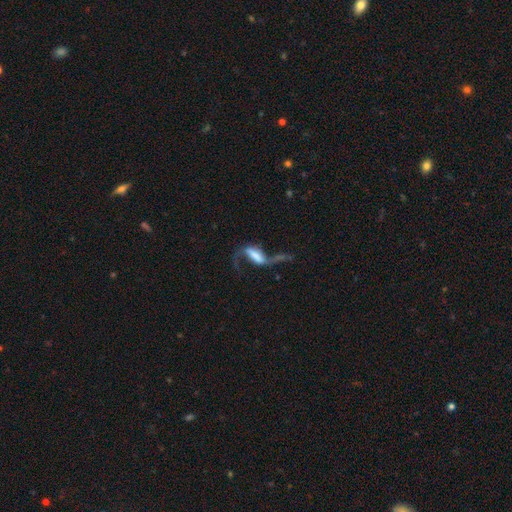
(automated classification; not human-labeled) Smooth or featured: featured or disk — 75% (smooth — 17%)
Edge-on disk: no — 90% (yes — 10%)
Bar: strong — 53% (weak — 28%)
Spiral arms: yes — 87% (no — 13%)
Spiral winding: loose — 88% (medium — 9%)
Spiral arm count: 2 — 84% (1 — 11%)
Bulge size: none — 38% (large — 21%)
Merging: none — 39% (major disturbance — 36%)